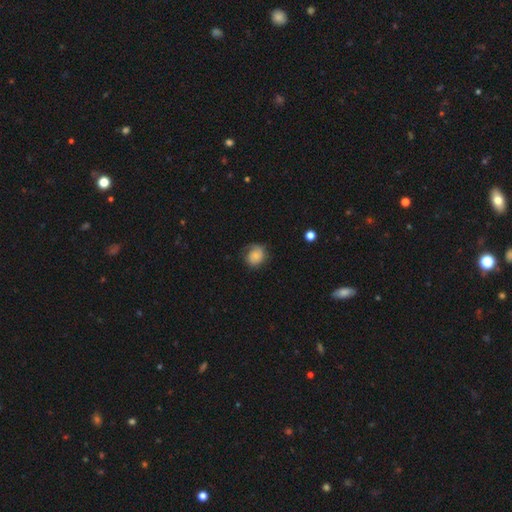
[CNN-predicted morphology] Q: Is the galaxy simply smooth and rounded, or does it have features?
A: smooth — 54%.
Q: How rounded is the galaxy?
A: round — 71%.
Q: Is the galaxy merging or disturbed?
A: none — 59%.